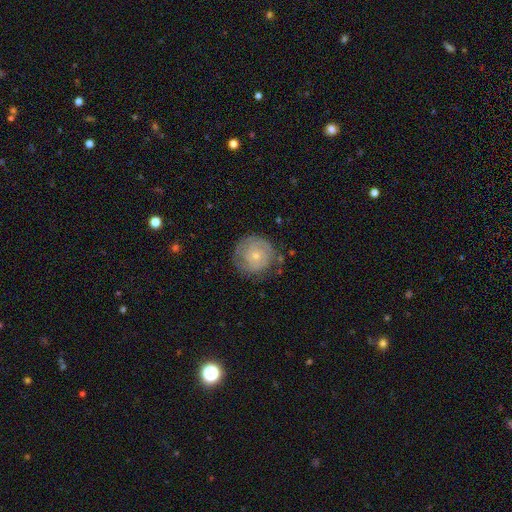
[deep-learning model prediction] Smooth or featured: featured or disk — 67% (smooth — 26%)
Edge-on disk: no — 98% (yes — 2%)
Bar: no — 80% (weak — 17%)
Spiral arms: yes — 86% (no — 14%)
Spiral winding: tight — 73% (medium — 21%)
Spiral arm count: can't tell — 36% (2 — 35%)
Bulge size: small — 71% (moderate — 25%)
Merging: none — 75% (minor disturbance — 17%)